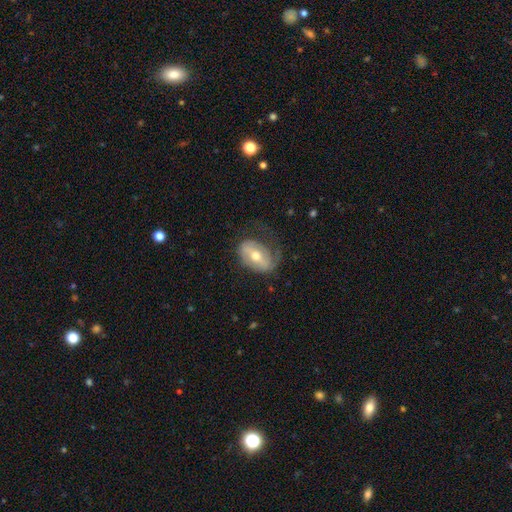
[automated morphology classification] A featured or disk galaxy (62%) with a weak bar (38%), spiral arms (72%) and a moderate central bulge (70%).

Vote fractions:
- Smooth or featured? featured or disk: 62% / smooth: 32% / star or artifact: 6%
- Edge-on disk? no: 94% / yes: 6%
- Bar? weak: 38% / strong: 33% / no: 28%
- Spiral arms? yes: 72% / no: 28%
- Bulge size? moderate: 70% / small: 23% / large: 5% / none: 1% / dominant: 1%
- Merging? none: 51% / minor disturbance: 25% / major disturbance: 22% / merger: 1%